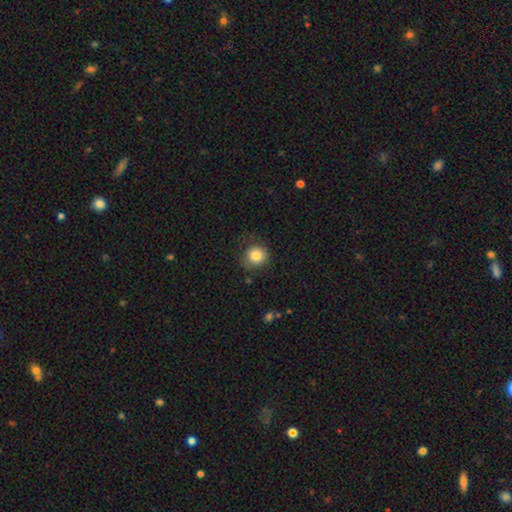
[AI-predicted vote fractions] The model was most divided on "merging": none: 75%, minor disturbance: 17%, major disturbance: 6%, merger: 1%. More confident: how rounded — round (89%); smooth or featured — smooth (83%).